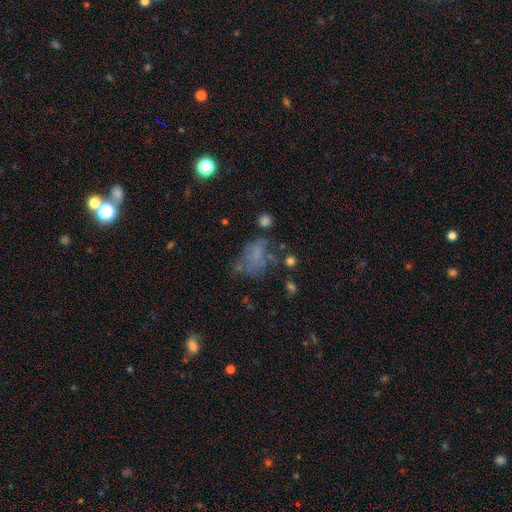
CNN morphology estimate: A smooth galaxy with no disk features (43%).

Vote fractions:
- Smooth or featured? smooth: 43% / featured or disk: 36% / star or artifact: 21%
- Merging? none: 37% / major disturbance: 32% / minor disturbance: 23% / merger: 9%